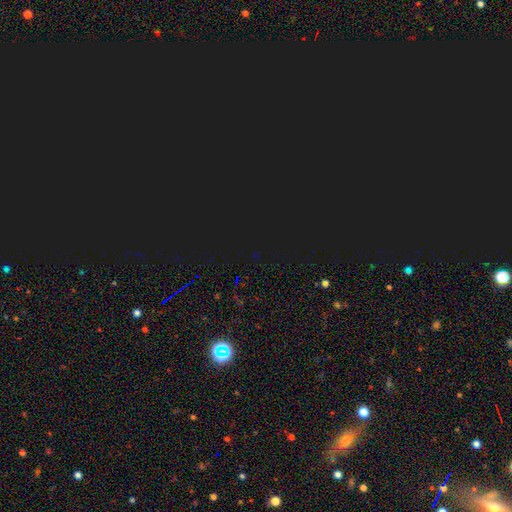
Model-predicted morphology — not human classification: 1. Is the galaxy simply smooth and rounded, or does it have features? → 82% star or artifact, 11% smooth, 6% featured or disk.